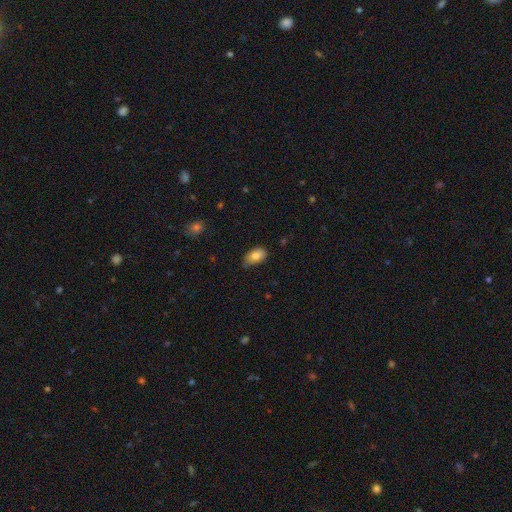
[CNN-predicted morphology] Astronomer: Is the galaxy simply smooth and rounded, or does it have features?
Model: smooth — 81%.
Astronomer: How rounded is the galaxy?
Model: in between — 92%.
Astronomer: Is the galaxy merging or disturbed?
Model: none — 65%.